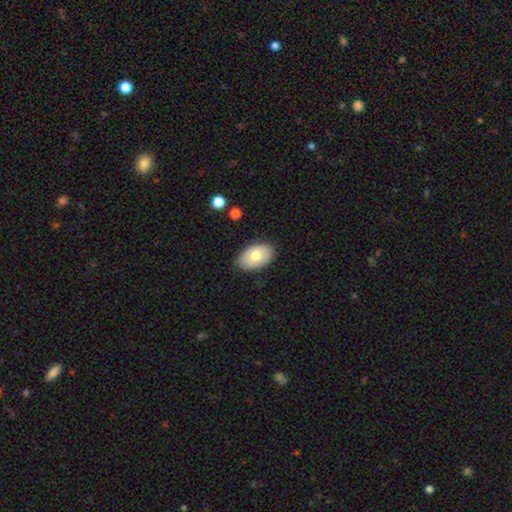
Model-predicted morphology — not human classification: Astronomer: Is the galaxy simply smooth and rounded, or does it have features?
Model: smooth — 70%.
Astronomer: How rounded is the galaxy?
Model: in between — 92%.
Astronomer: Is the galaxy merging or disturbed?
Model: none — 81%.